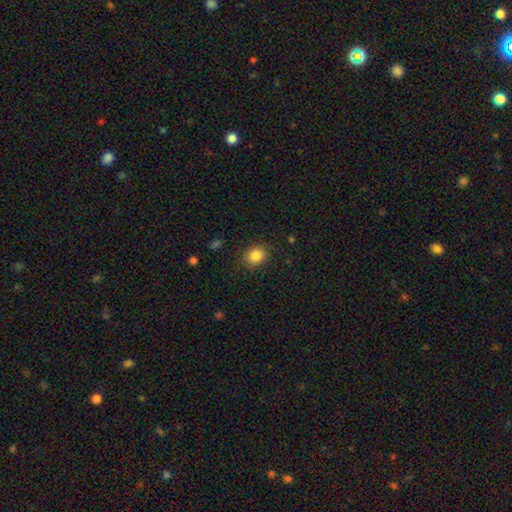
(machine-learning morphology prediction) smooth-or-featured: smooth: 85% | star or artifact: 10% | featured or disk: 5%
  how-rounded: round: 62% | in between: 37% | cigar-shaped: 1%
  merging: none: 87% | minor disturbance: 9% | major disturbance: 3% | merger: 1%